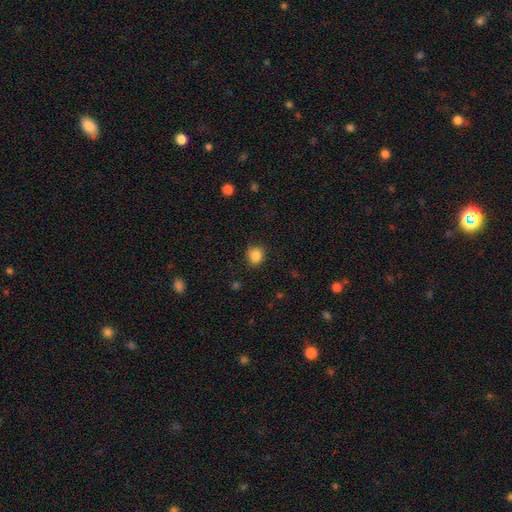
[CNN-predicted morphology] Smooth or featured? Predicted: smooth (p=0.86). How rounded? Predicted: round (p=0.77). Merging? Predicted: none (p=0.83).